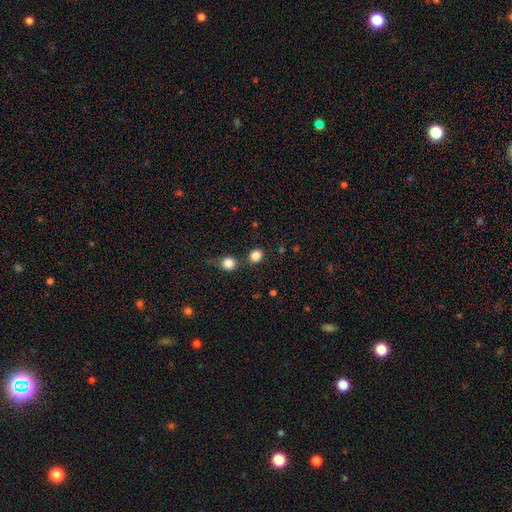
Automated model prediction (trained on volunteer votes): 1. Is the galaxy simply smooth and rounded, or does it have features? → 84% smooth, 11% star or artifact, 4% featured or disk.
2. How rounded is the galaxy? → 69% round, 30% in between, 1% cigar-shaped.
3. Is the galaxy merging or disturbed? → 75% none, 13% merger, 9% minor disturbance, 3% major disturbance.